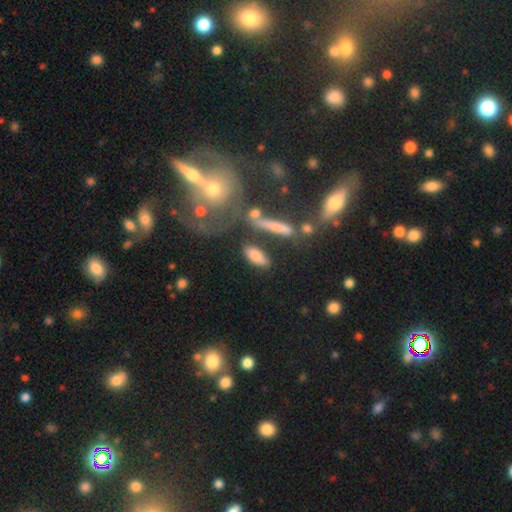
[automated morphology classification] This appears to be a smooth galaxy with no disk features (80%) that is in between round and cigar-shaped (62%). Merging: none (65%).